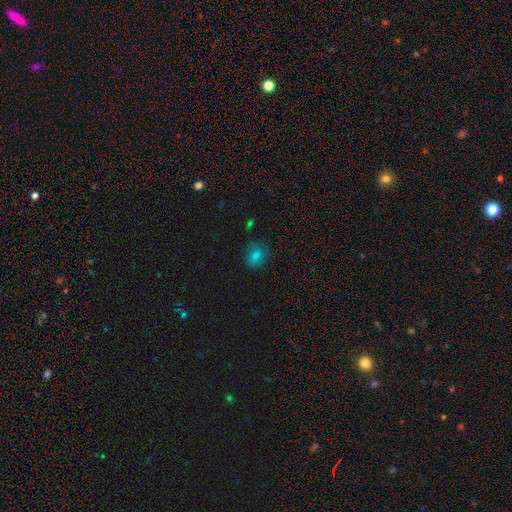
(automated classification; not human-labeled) smooth 70%, star or artifact 21%, featured or disk 8%. Down the decision tree: how rounded — round (60%); merging — none (75%).